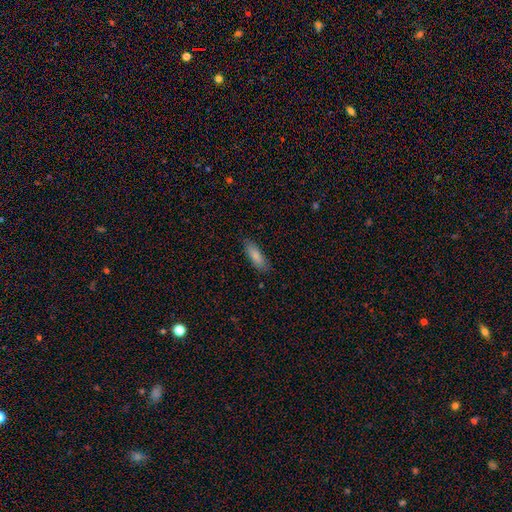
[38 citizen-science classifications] A smooth galaxy with no disk features (92%) that is in between round and cigar-shaped (51%). Merging: none (82%).